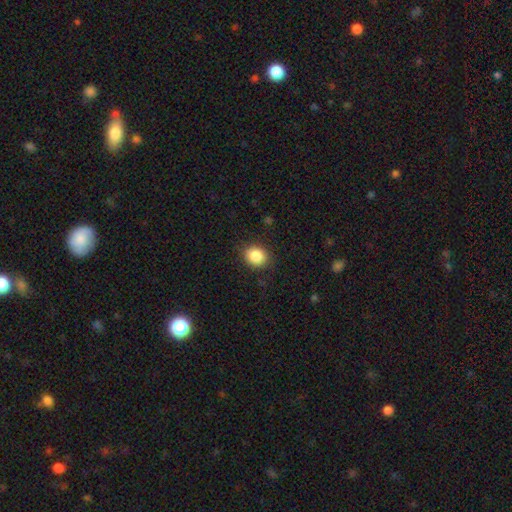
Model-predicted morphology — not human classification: Smooth or featured? Predicted: smooth (p=0.87). How rounded? Predicted: round (p=0.64). Merging? Predicted: none (p=0.87).